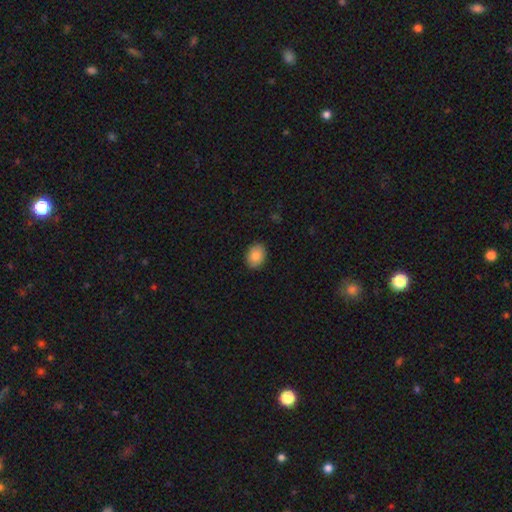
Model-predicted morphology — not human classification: smooth-or-featured: smooth: 86% | star or artifact: 8% | featured or disk: 6%
  how-rounded: in between: 63% | round: 36% | cigar-shaped: 1%
  merging: none: 89% | minor disturbance: 8% | major disturbance: 2% | merger: 1%